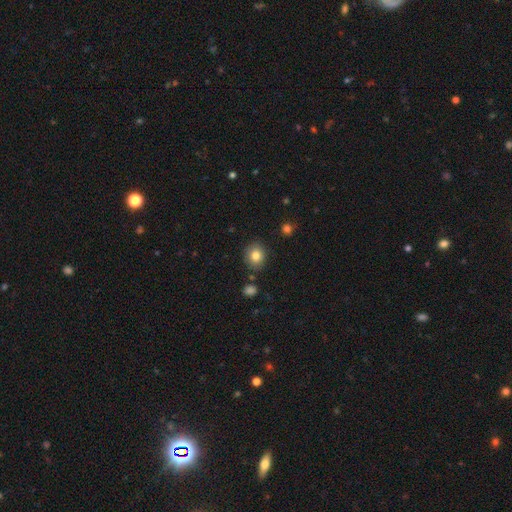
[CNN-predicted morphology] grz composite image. It shows a smooth galaxy with no disk features (83%) that is round (70%). Merging: none (84%).